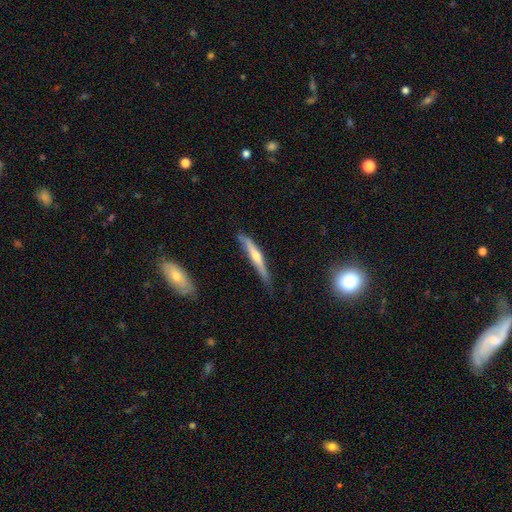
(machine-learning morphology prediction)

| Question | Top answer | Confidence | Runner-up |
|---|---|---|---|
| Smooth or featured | featured or disk | 62% | smooth (33%) |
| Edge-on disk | yes | 94% | no (6%) |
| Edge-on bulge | rounded | 82% | none (14%) |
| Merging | none | 72% | minor disturbance (22%) |